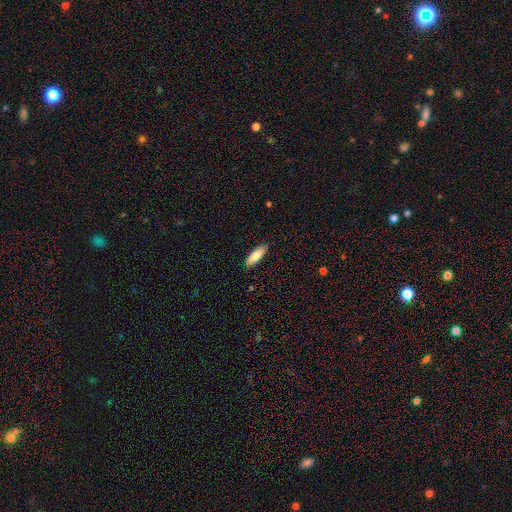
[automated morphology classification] smooth 78%, featured or disk 16%, star or artifact 6%. Down the decision tree: how rounded — in between (57%); merging — none (88%).